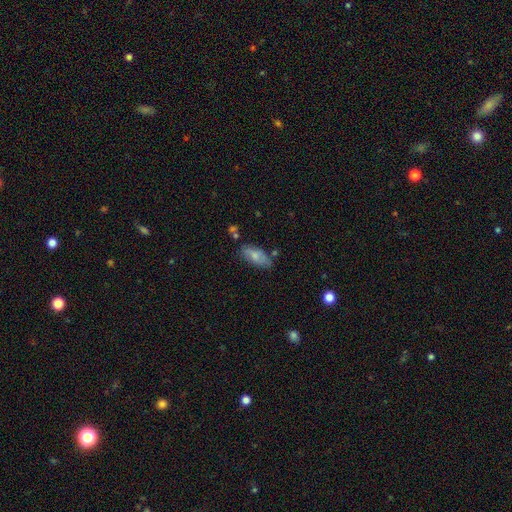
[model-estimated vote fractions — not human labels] smooth_or_featured: smooth (p=0.75) [alt: featured or disk p=0.19]
how_rounded: in between (p=0.84) [alt: cigar-shaped p=0.13]
merging: none (p=0.69) [alt: minor disturbance p=0.21]